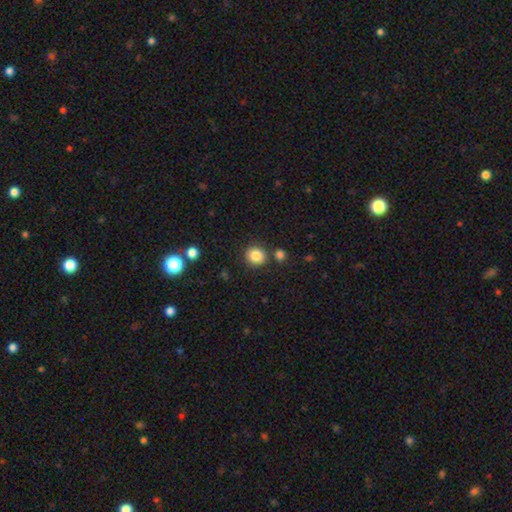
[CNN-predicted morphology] Overall: smooth (84%). How rounded: round (87%). Merging: none (83%).